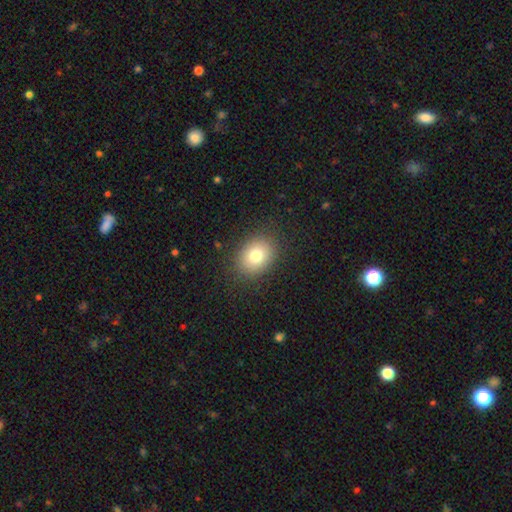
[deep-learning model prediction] Morphology: type=smooth (80%); roundness=in between (58%); merging=none (87%).